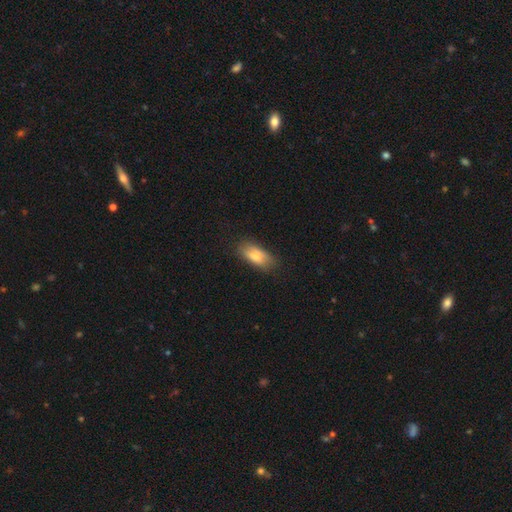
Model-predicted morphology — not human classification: The model was most divided on "smooth or featured": smooth: 75%, featured or disk: 17%, star or artifact: 7%. More confident: how rounded — in between (84%); merging — none (78%).